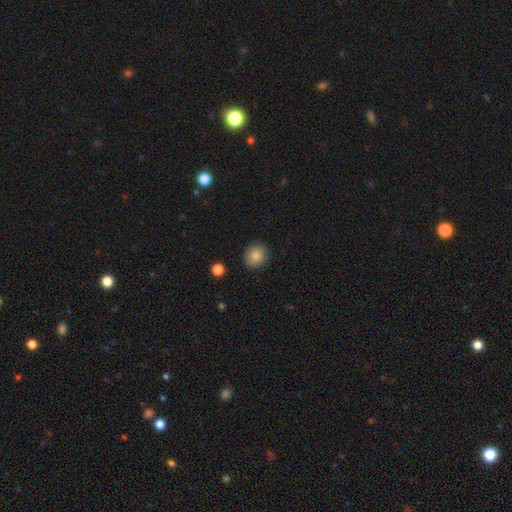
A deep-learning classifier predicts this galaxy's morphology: smooth-or-featured: smooth: 87% | star or artifact: 9% | featured or disk: 4%
  how-rounded: round: 81% | in between: 18% | cigar-shaped: 1%
  merging: none: 87% | minor disturbance: 9% | major disturbance: 2% | merger: 1%